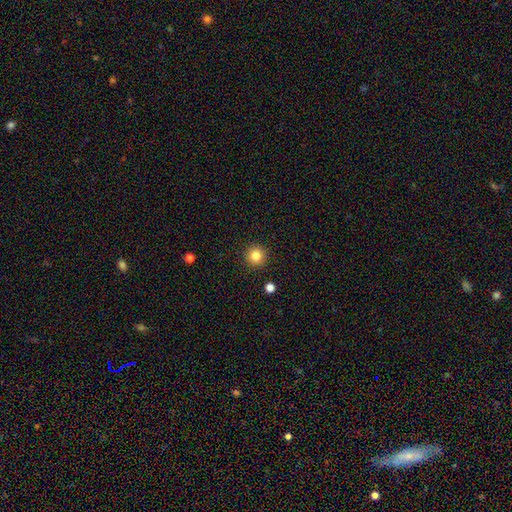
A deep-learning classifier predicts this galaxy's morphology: Q: Smooth or featured?
A: smooth (83%); runner-up: star or artifact (11%)
Q: How rounded?
A: round (95%); runner-up: in between (4%)
Q: Merging?
A: none (92%); runner-up: minor disturbance (5%)